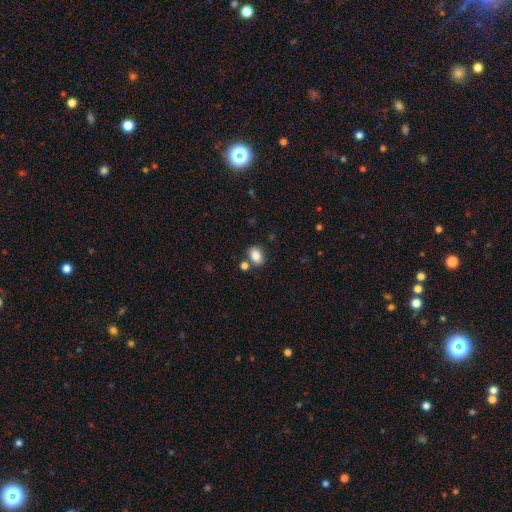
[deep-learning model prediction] A smooth galaxy with no disk features (84%) that is in between round and cigar-shaped (75%).

Vote fractions:
- Smooth or featured? smooth: 84% / star or artifact: 9% / featured or disk: 7%
- How rounded? in between: 75% / round: 24% / cigar-shaped: 1%
- Merging? none: 73% / merger: 13% / minor disturbance: 11% / major disturbance: 3%